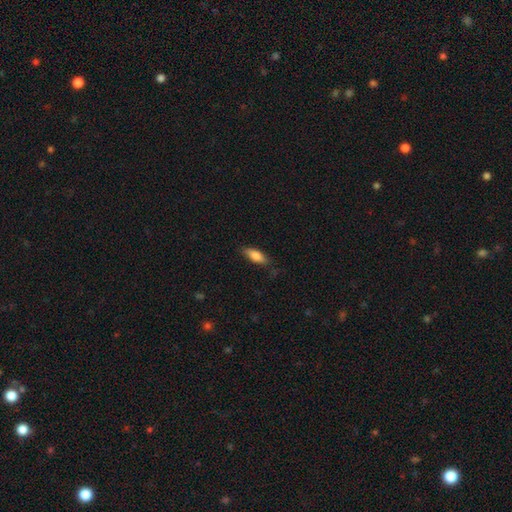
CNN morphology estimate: The model was most divided on "how rounded": in between: 65%, cigar-shaped: 32%, round: 2%. More confident: merging — none (79%); smooth or featured — smooth (78%).